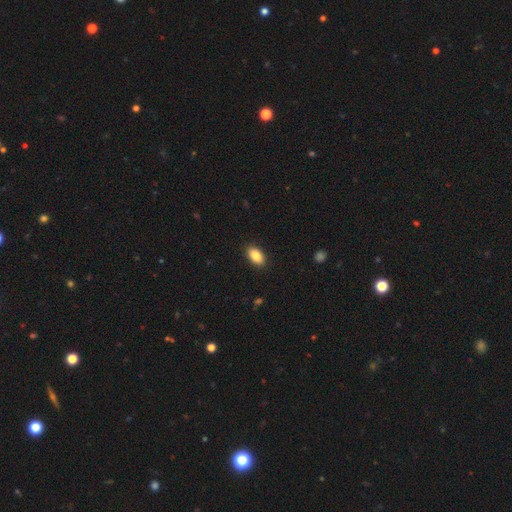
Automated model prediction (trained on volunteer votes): Overall: smooth (87%). How rounded: in between (93%). Merging: none (89%).